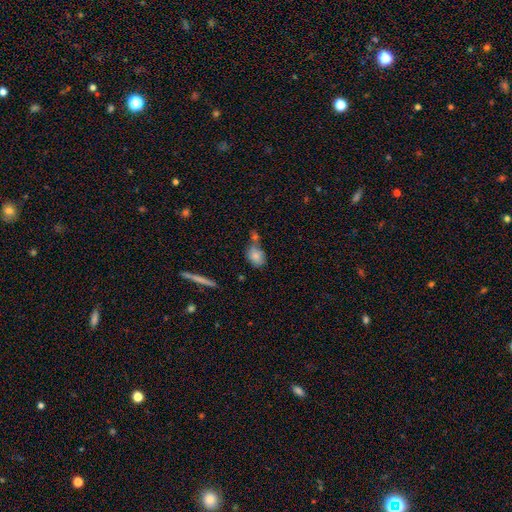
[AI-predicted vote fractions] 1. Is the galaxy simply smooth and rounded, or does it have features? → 79% smooth, 12% featured or disk, 9% star or artifact.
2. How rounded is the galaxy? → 66% in between, 30% round, 4% cigar-shaped.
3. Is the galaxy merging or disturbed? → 46% none, 28% merger, 19% minor disturbance, 7% major disturbance.